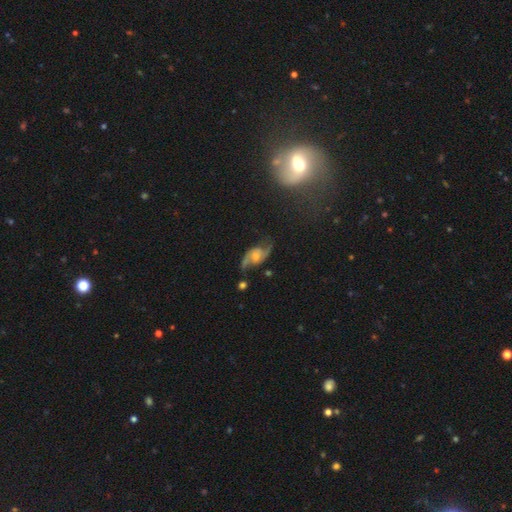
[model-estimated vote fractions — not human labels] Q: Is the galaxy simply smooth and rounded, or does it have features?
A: featured or disk — 86%.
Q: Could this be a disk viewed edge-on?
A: no — 96%.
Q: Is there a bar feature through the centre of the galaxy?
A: no — 58%.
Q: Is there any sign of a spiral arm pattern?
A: yes — 96%.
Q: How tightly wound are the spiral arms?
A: loose — 55%.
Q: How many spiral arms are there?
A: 2 — 93%.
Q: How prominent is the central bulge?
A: moderate — 43%.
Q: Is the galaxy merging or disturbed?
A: none — 72%.